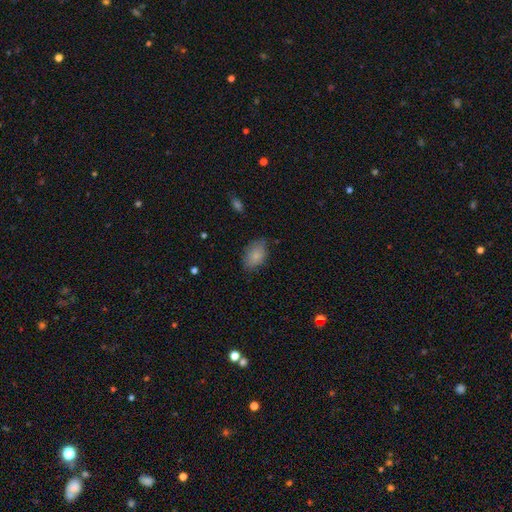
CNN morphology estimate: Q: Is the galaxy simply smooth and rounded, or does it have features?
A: smooth — 84%.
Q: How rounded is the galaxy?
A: in between — 88%.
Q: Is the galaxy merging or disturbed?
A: none — 75%.